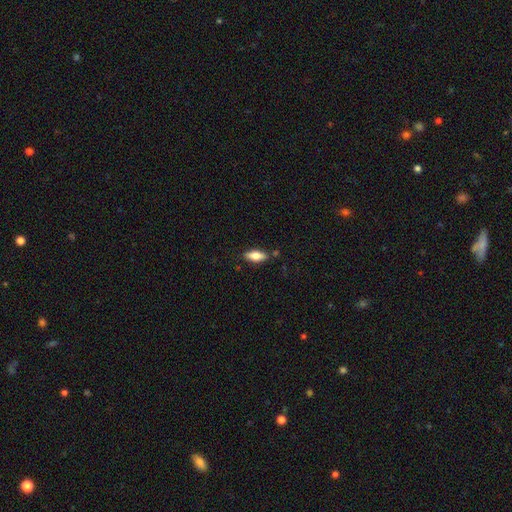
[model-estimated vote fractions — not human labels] This appears to be a smooth galaxy with no disk features (72%) that is in between round and cigar-shaped (76%). Merging: none (81%).